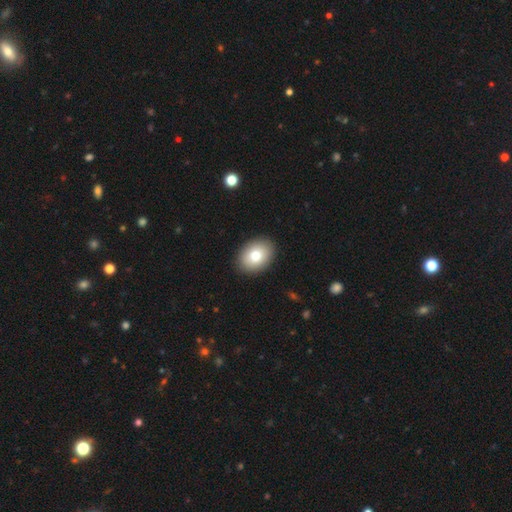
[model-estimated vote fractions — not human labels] smooth-or-featured: smooth: 80% | featured or disk: 13% | star or artifact: 8%
  how-rounded: in between: 75% | round: 24% | cigar-shaped: 1%
  merging: none: 90% | minor disturbance: 7% | major disturbance: 2% | merger: 1%